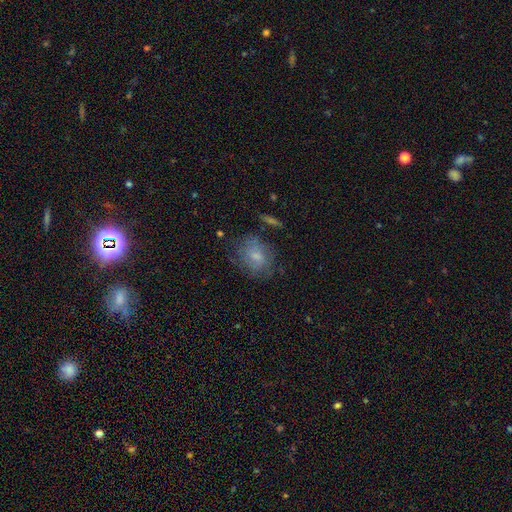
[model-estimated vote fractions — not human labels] Smooth or featured: smooth — 61% (featured or disk — 29%)
How rounded: in between — 50% (round — 49%)
Merging: none — 63% (minor disturbance — 23%)